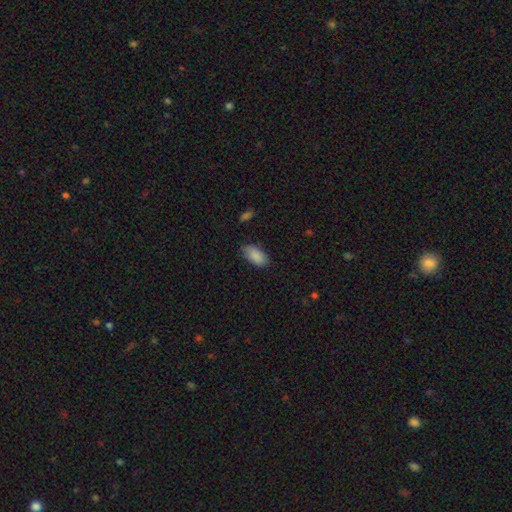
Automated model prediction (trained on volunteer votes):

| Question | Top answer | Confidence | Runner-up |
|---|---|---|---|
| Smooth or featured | smooth | 88% | star or artifact (7%) |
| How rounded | in between | 93% | cigar-shaped (4%) |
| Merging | none | 76% | minor disturbance (19%) |